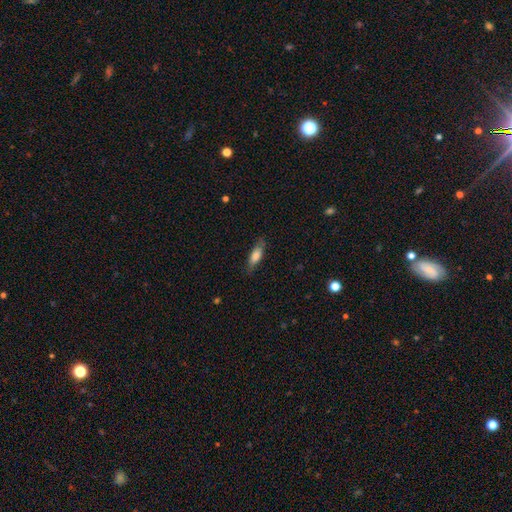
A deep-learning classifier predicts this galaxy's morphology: Smooth or featured? Predicted: smooth (p=0.74). How rounded? Predicted: in between (p=0.61). Merging? Predicted: none (p=0.75).